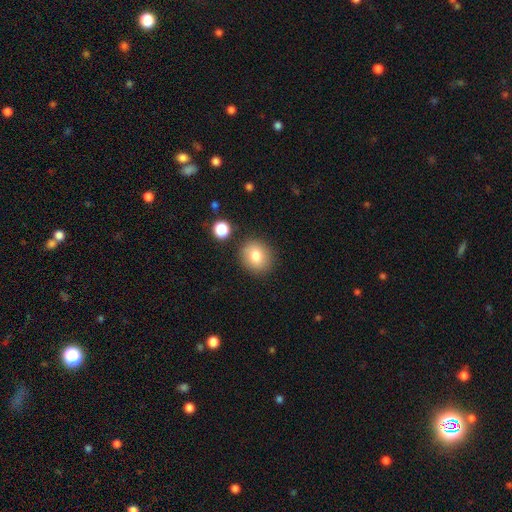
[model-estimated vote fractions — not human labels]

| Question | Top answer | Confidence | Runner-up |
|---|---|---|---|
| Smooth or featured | smooth | 80% | featured or disk (10%) |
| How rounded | round | 77% | in between (22%) |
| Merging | none | 85% | minor disturbance (9%) |